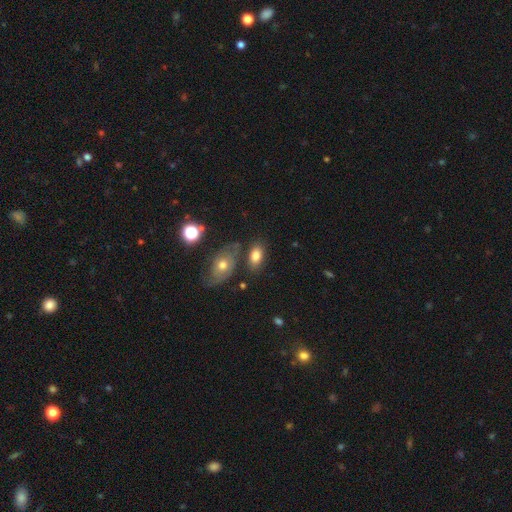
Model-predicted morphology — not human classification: Smooth or featured? smooth (79%)
How rounded? in between (89%)
Merging? none (68%)